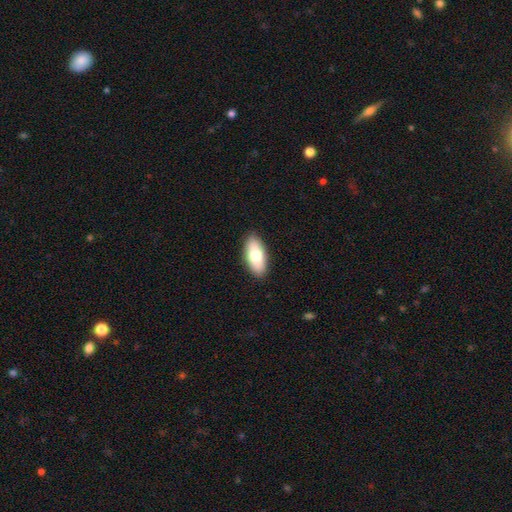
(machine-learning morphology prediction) A smooth galaxy with no disk features (76%) that is in between round and cigar-shaped (87%). Merging: none (90%).